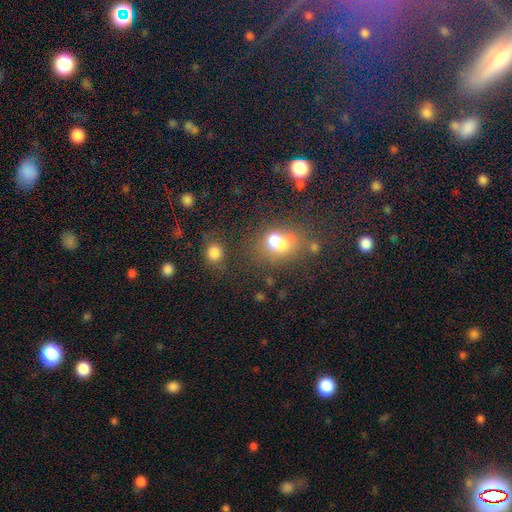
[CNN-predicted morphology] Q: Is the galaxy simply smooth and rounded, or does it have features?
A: smooth — 58%.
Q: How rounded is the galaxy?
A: round — 52%.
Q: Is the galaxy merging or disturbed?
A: none — 75%.